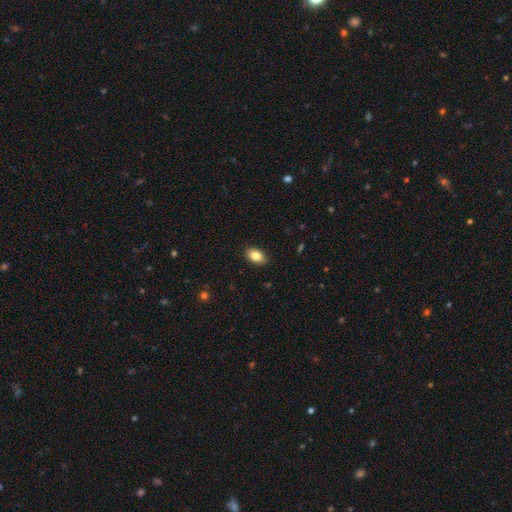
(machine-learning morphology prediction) A smooth galaxy with no disk features (84%) that is in between round and cigar-shaped (90%). Merging: none (88%).